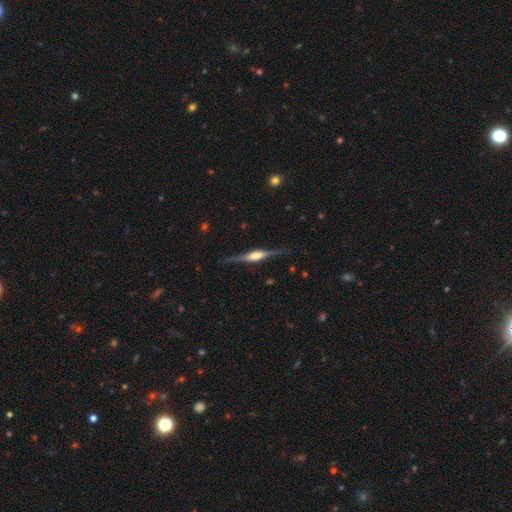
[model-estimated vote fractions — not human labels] This is clearly a featured or disk galaxy (80%). It is clearly viewed edge-on (98%). Edge-on bulge: likely rounded (77%). Merging: clearly none (85%).